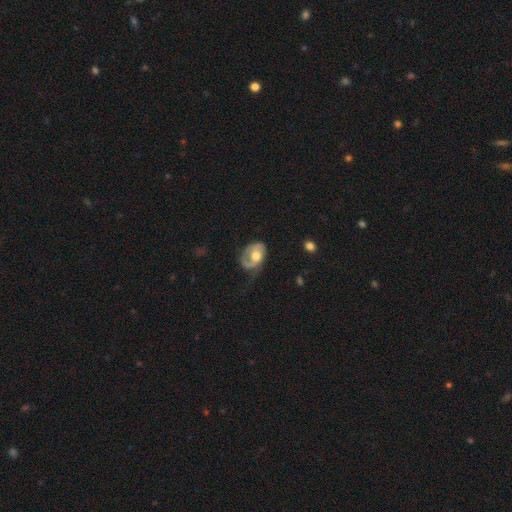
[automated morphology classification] smooth_or_featured: featured or disk (p=0.65) [alt: smooth p=0.29]
disk_edge_on: no (p=0.96) [alt: yes p=0.04]
bar: no (p=0.73) [alt: weak p=0.22]
has_spiral_arms: yes (p=0.79) [alt: no p=0.21]
bulge_size: moderate (p=0.62) [alt: large p=0.26]
merging: none (p=0.37) [alt: major disturbance p=0.32]